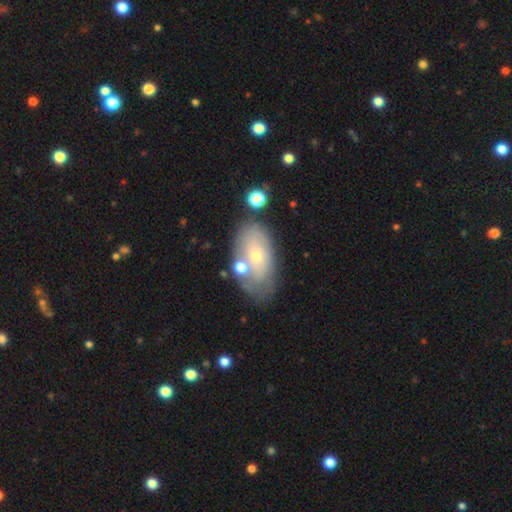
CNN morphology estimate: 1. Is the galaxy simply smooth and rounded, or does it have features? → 48% featured or disk, 44% smooth, 8% star or artifact.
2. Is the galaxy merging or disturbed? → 59% none, 22% minor disturbance, 10% merger, 9% major disturbance.